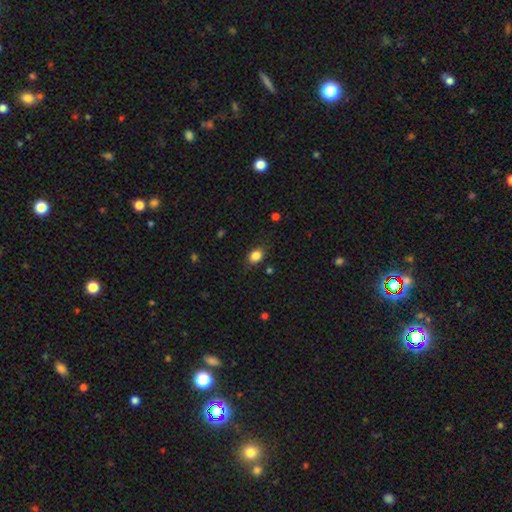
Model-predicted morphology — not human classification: Smooth or featured?
  - smooth: 84% *
  - star or artifact: 10%
  - featured or disk: 6%
How rounded?
  - in between: 58% *
  - round: 41%
  - cigar-shaped: 2%
Merging?
  - none: 77% *
  - minor disturbance: 17%
  - major disturbance: 4%
  - merger: 1%